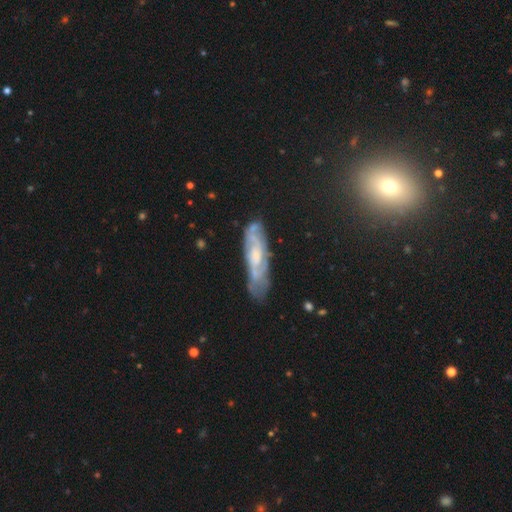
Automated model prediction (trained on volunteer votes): Overall: featured or disk (68%). Edge-on disk: no (68%; yes 32%). Merging: none (68%).